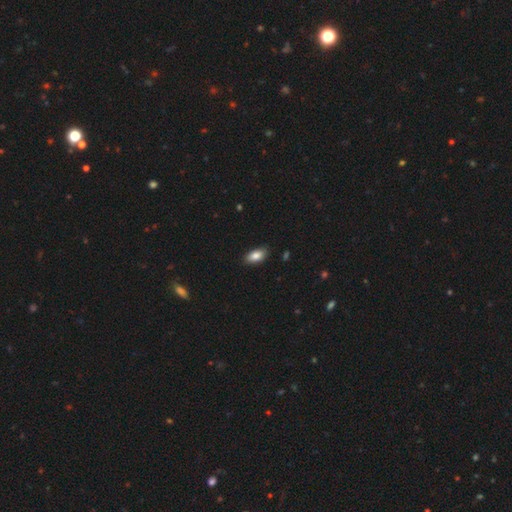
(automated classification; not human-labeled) smooth 85%, featured or disk 7%, star or artifact 7%. Down the decision tree: how rounded — in between (92%); merging — none (86%).